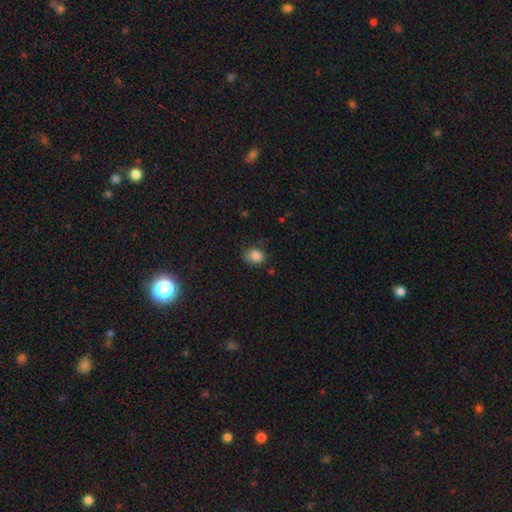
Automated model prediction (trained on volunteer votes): smooth_or_featured: smooth (p=0.85) [alt: star or artifact p=0.10]
how_rounded: in between (p=0.55) [alt: round p=0.44]
merging: none (p=0.63) [alt: minor disturbance p=0.28]